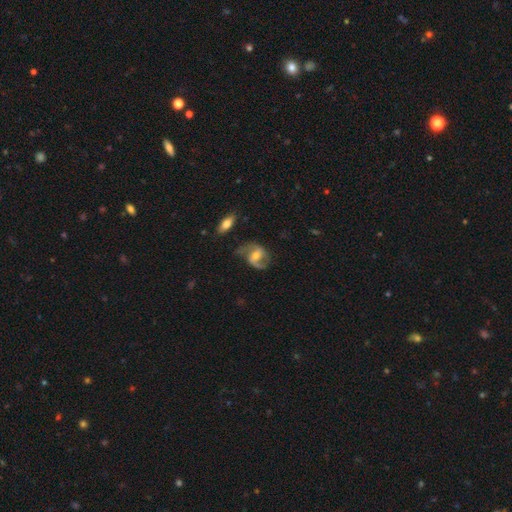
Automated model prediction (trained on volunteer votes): This appears to be a featured or disk galaxy (83%) with a weak bar (46%), 2 (88%) medium (47%) spiral arms (95%) and a moderate central bulge (56%). Merging: none (67%).